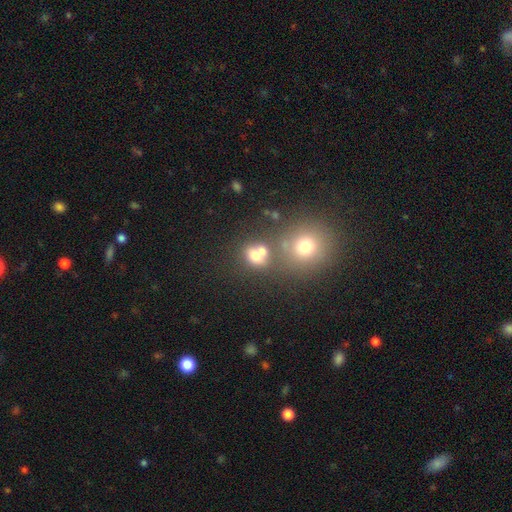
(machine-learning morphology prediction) A smooth galaxy with no disk features (70%) that is round (63%).

Vote fractions:
- Smooth or featured? smooth: 70% / star or artifact: 16% / featured or disk: 14%
- How rounded? round: 63% / in between: 36% / cigar-shaped: 1%
- Merging? merger: 43% / none: 41% / minor disturbance: 10% / major disturbance: 6%